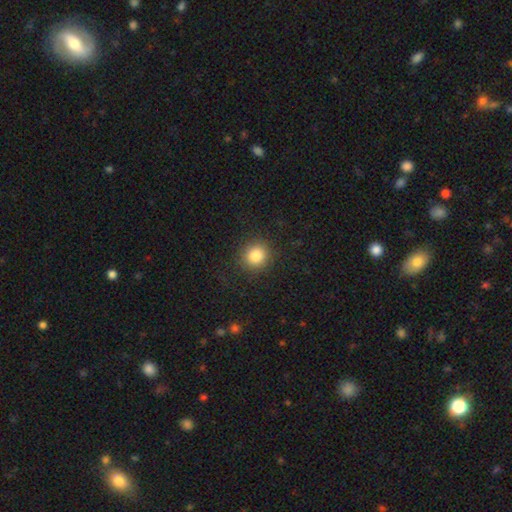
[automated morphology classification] smooth-or-featured: smooth: 85% | star or artifact: 10% | featured or disk: 5%
  how-rounded: round: 89% | in between: 10% | cigar-shaped: 1%
  merging: none: 89% | minor disturbance: 7% | major disturbance: 3% | merger: 1%